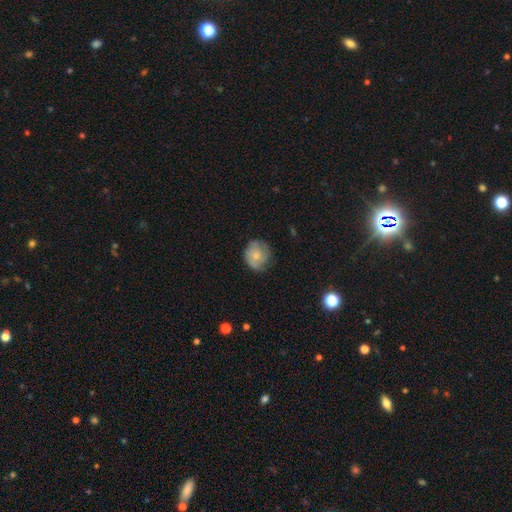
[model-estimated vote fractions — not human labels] smooth-or-featured: smooth: 62% | featured or disk: 31% | star or artifact: 7%
  how-rounded: round: 83% | in between: 16% | cigar-shaped: 1%
  merging: none: 66% | minor disturbance: 25% | major disturbance: 7% | merger: 1%